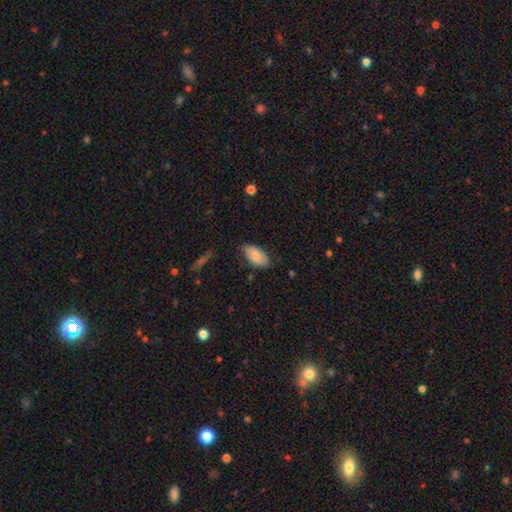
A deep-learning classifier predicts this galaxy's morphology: smooth_or_featured: smooth (p=0.76) [alt: featured or disk p=0.17]
how_rounded: in between (p=0.94) [alt: round p=0.04]
merging: none (p=0.72) [alt: minor disturbance p=0.22]